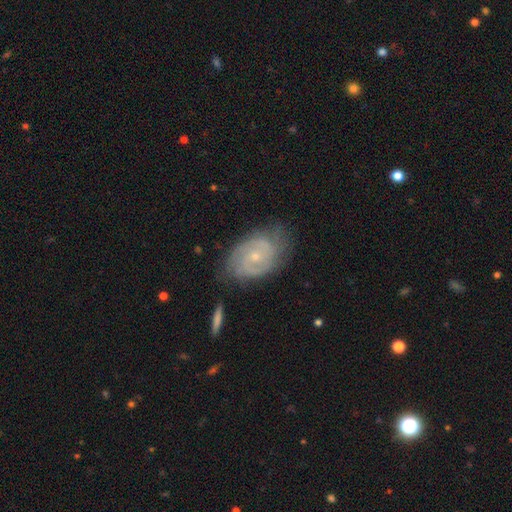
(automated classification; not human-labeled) Smooth or featured: featured or disk — 83% (smooth — 10%)
Edge-on disk: no — 97% (yes — 3%)
Bar: no — 65% (weak — 30%)
Spiral arms: yes — 95% (no — 5%)
Spiral winding: tight — 58% (medium — 34%)
Spiral arm count: 2 — 65% (can't tell — 17%)
Bulge size: small — 72% (moderate — 25%)
Merging: none — 72% (minor disturbance — 19%)